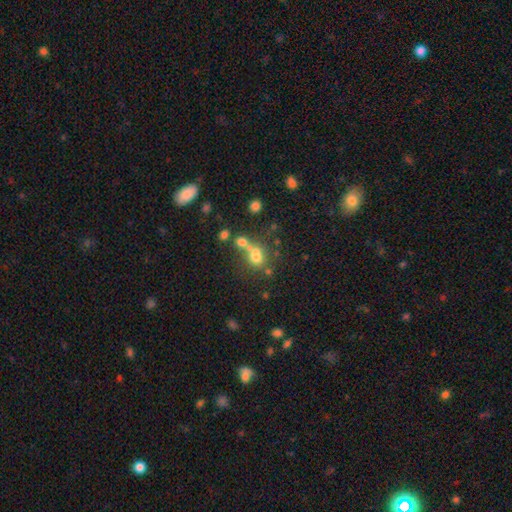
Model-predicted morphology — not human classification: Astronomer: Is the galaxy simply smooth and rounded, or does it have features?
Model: smooth — 68%.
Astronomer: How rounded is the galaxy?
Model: round — 65%.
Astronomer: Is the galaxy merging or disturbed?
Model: none — 41%, tied with merger at 41%.